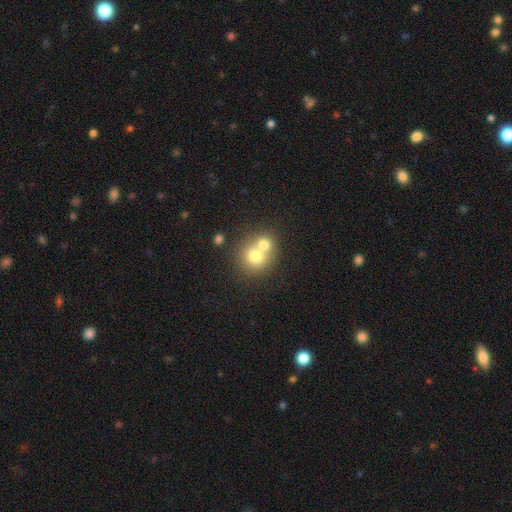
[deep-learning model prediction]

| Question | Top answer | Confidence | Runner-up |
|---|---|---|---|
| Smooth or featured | smooth | 72% | featured or disk (18%) |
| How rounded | round | 82% | in between (17%) |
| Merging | merger | 60% | none (32%) |